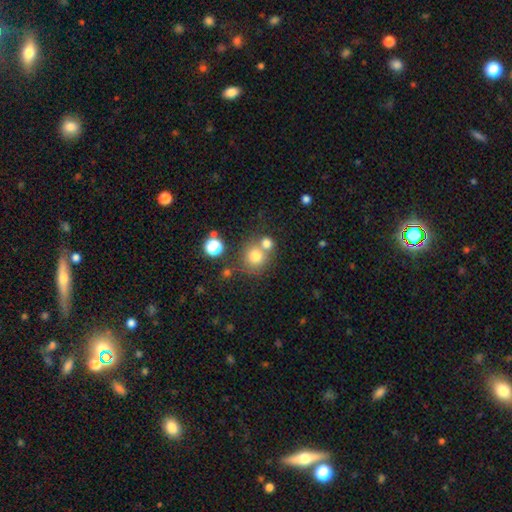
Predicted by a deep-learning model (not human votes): This is likely a smooth galaxy (75%). How rounded: clearly round (89%). Merging: possibly none (57%).